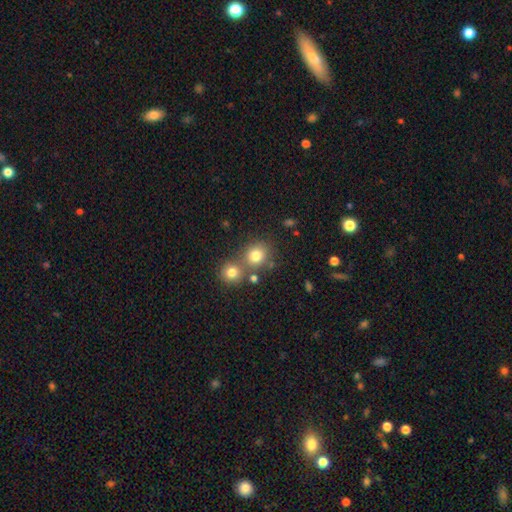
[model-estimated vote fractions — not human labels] This appears to be a smooth galaxy with no disk features (78%) that is round (81%). Merging: none (58%).